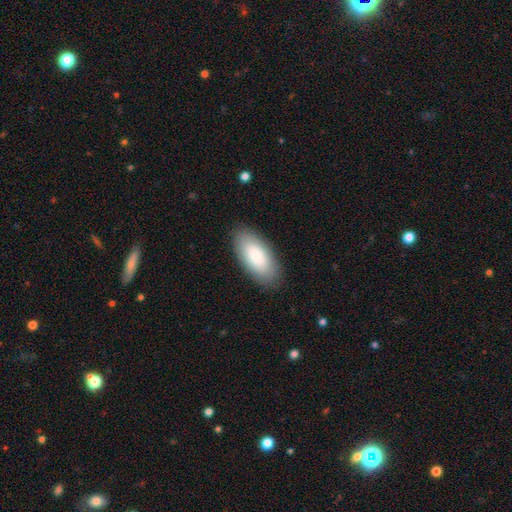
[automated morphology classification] The model was most divided on "smooth or featured": smooth: 84%, featured or disk: 10%, star or artifact: 6%. More confident: how rounded — in between (92%); merging — none (87%).